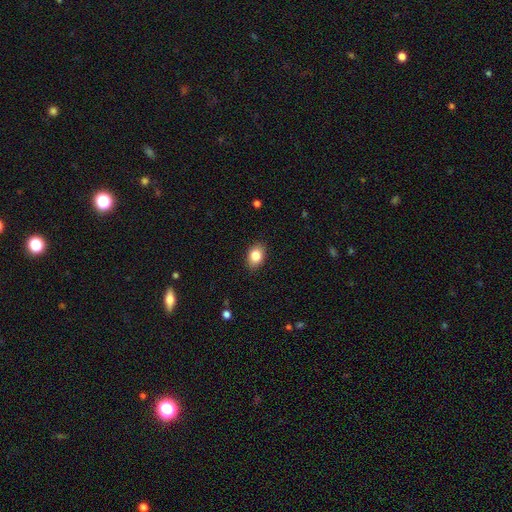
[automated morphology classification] The model was most divided on "how rounded": in between: 75%, round: 24%, cigar-shaped: 1%. More confident: merging — none (87%); smooth or featured — smooth (84%).